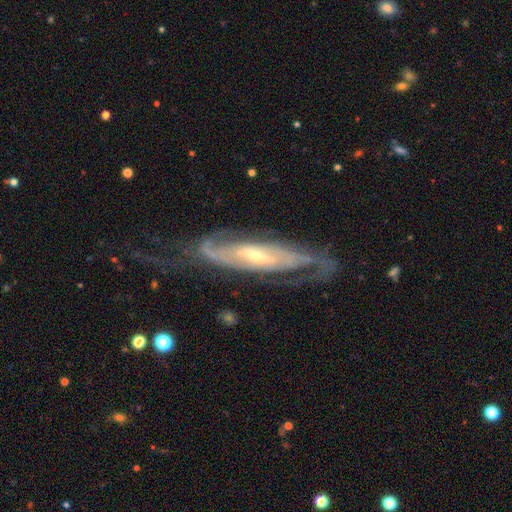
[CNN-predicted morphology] The model was most divided on "bar": no: 42%, weak: 33%, strong: 24%. More confident: spiral arms — yes (95%); smooth or featured — featured or disk (87%); edge-on disk — no (81%); merging — none (67%); bulge size — small (65%); spiral arm count — 2 (61%); spiral winding — tight (51%).